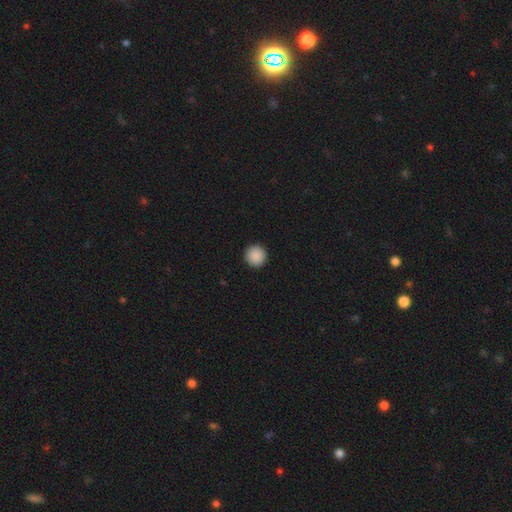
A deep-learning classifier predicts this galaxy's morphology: Smooth or featured: smooth — 89% (star or artifact — 8%)
How rounded: round — 96% (in between — 3%)
Merging: none — 94% (minor disturbance — 4%)